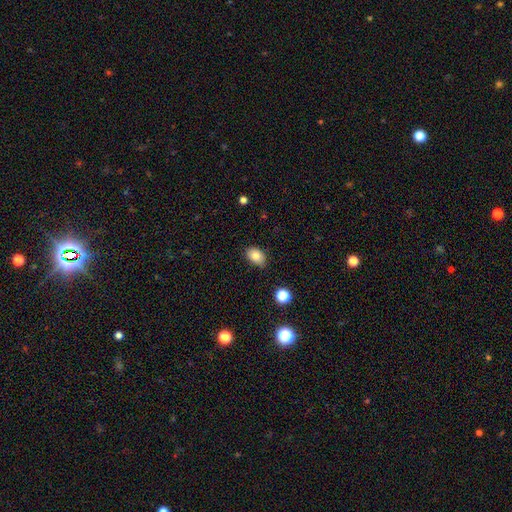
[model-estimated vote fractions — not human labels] smooth 81%, star or artifact 10%, featured or disk 10%. Down the decision tree: how rounded — in between (81%); merging — none (79%).